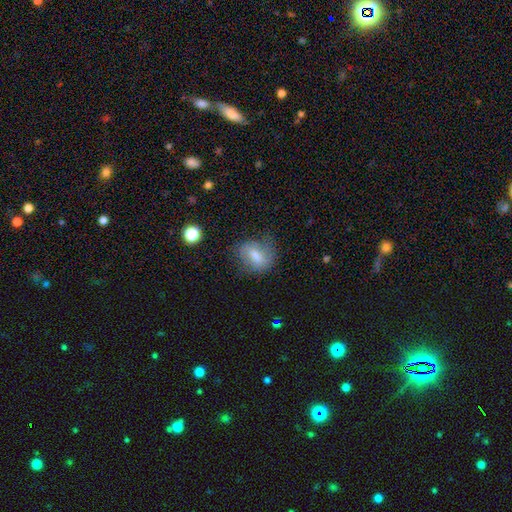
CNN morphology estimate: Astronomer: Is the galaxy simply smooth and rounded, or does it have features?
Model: smooth — 62%.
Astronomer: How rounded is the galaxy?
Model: in between — 67%.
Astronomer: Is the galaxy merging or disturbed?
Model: none — 60%.